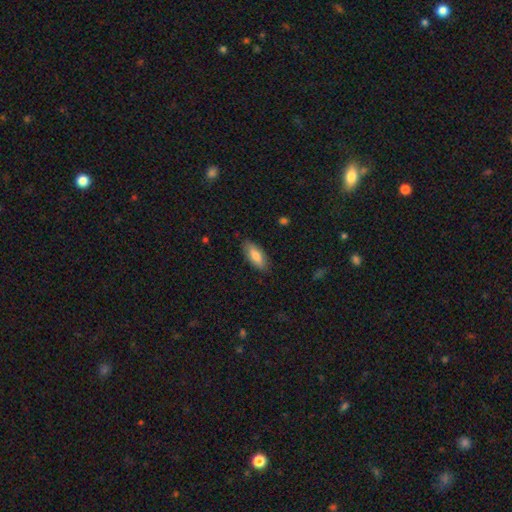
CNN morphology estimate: smooth_or_featured: smooth (p=0.78) [alt: featured or disk p=0.16]
how_rounded: in between (p=0.77) [alt: cigar-shaped p=0.21]
merging: none (p=0.85) [alt: minor disturbance p=0.12]